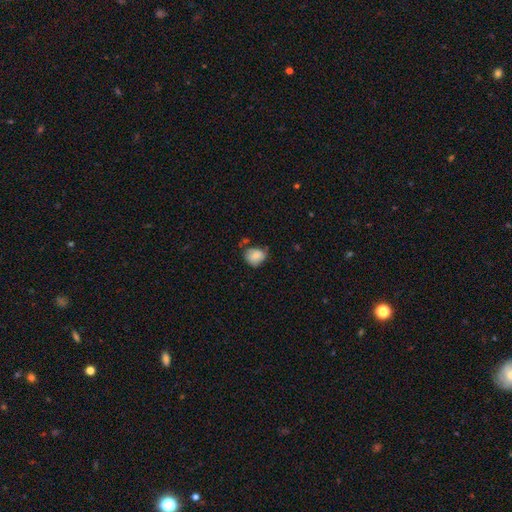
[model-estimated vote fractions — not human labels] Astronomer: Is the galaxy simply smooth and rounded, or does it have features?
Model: smooth — 77%.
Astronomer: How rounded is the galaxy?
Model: round — 65%.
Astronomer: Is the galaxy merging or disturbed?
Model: none — 54% (runner-up: minor disturbance, 32%).